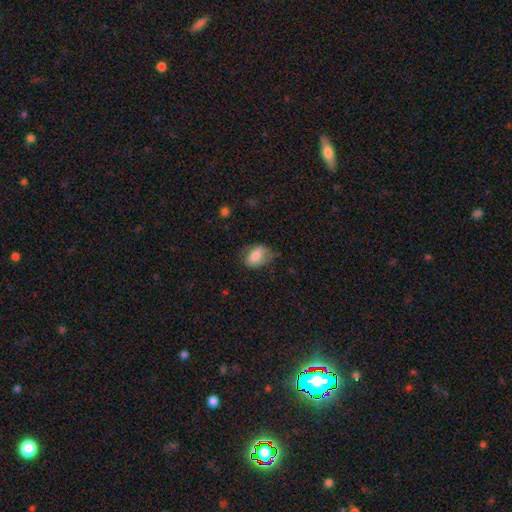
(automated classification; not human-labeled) Smooth or featured? smooth (72%)
How rounded? in between (84%)
Merging? none (57%)